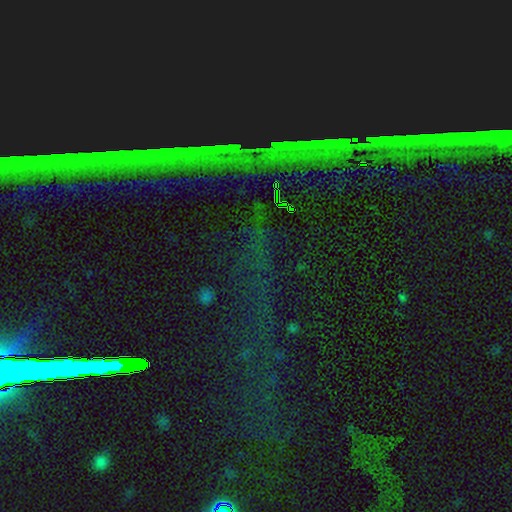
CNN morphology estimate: Smooth or featured: star or artifact — 82% (featured or disk — 10%)